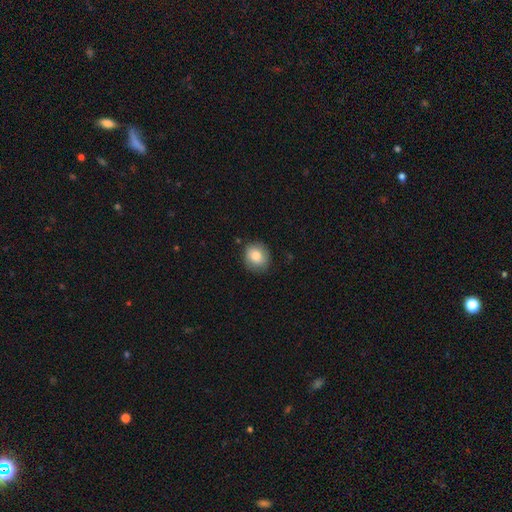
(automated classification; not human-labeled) This is clearly a smooth galaxy (82%). How rounded: likely round (70%). Merging: clearly none (80%).